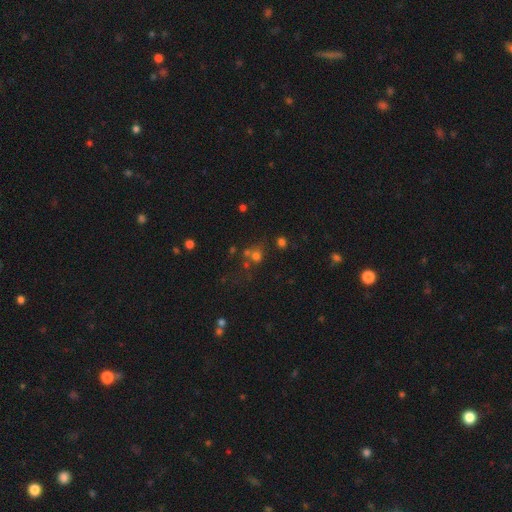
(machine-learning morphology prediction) This appears to be a star or artifact, not a galaxy (55%).